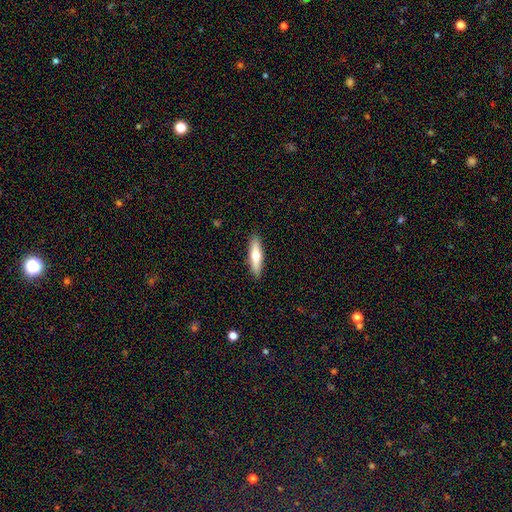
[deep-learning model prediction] A smooth galaxy with no disk features (60%) that is cigar-shaped (71%). Merging: none (90%).